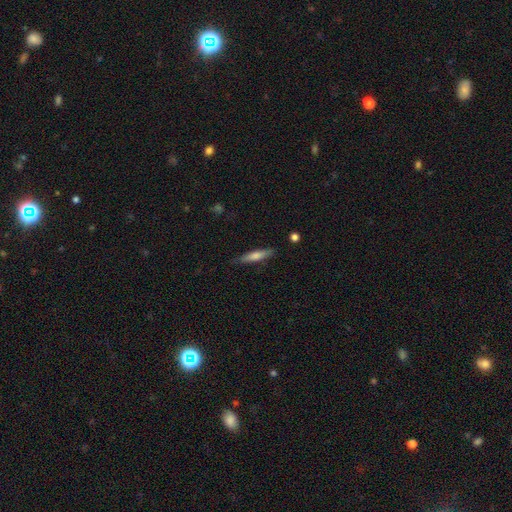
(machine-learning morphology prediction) Smooth or featured?
  - smooth: 53% *
  - featured or disk: 40%
  - star or artifact: 6%
How rounded?
  - cigar-shaped: 89% *
  - in between: 10%
  - round: 2%
Merging?
  - none: 86% *
  - minor disturbance: 11%
  - major disturbance: 2%
  - merger: 1%